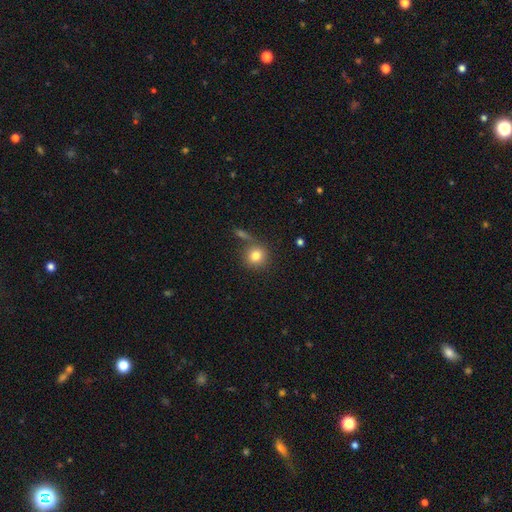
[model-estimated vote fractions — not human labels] A smooth galaxy with no disk features (80%) that is round (90%).

Vote fractions:
- Smooth or featured? smooth: 80% / star or artifact: 11% / featured or disk: 9%
- How rounded? round: 90% / in between: 9% / cigar-shaped: 1%
- Merging? none: 73% / merger: 11% / minor disturbance: 11% / major disturbance: 5%